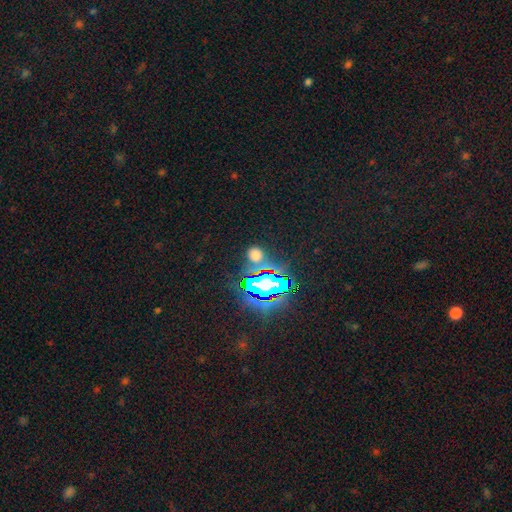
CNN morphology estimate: Smooth or featured? Predicted: smooth (p=0.47). Merging? Predicted: none (p=0.76).